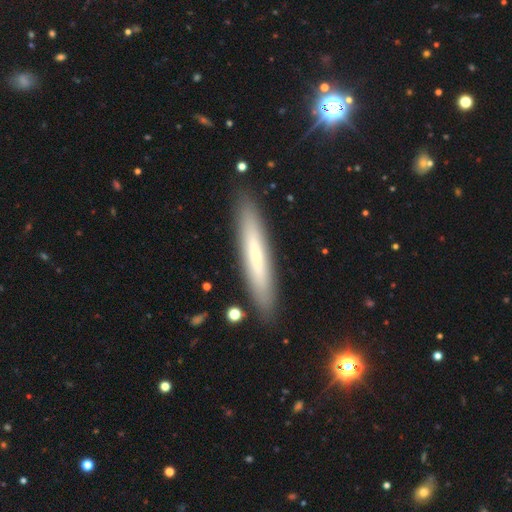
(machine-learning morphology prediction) Smooth or featured? Predicted: featured or disk (p=0.47). Merging? Predicted: none (p=0.89).